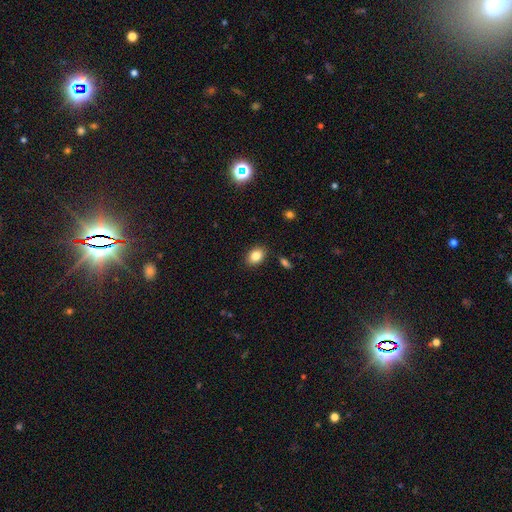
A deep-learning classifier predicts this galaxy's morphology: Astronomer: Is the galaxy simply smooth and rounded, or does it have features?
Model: smooth — 83%.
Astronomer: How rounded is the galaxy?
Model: in between — 70%.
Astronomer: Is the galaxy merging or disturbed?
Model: none — 86%.